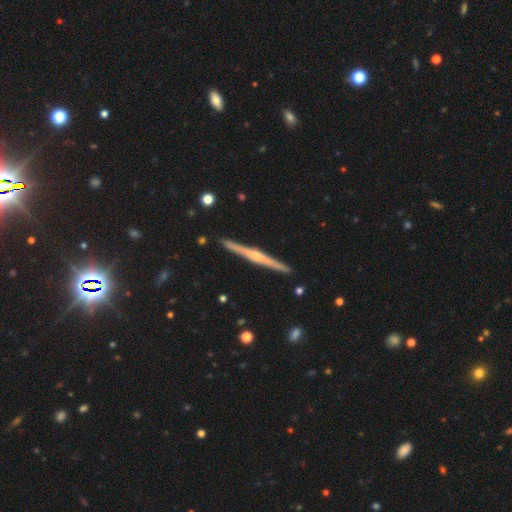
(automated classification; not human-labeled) This is likely a featured or disk galaxy (80%). It is clearly viewed edge-on (98%). Edge-on bulge: likely rounded (72%). Merging: clearly none (92%).